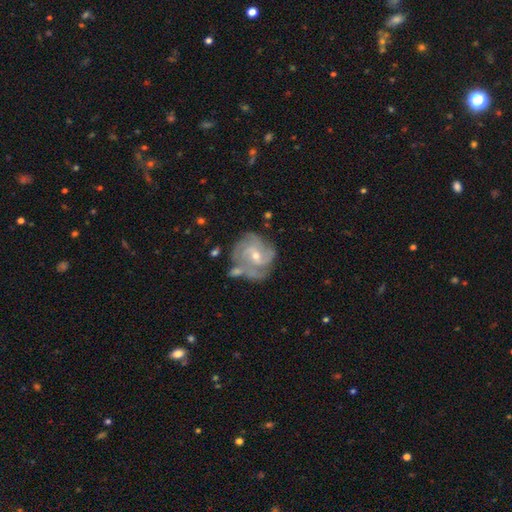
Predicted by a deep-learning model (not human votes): featured or disk 84%, smooth 9%, star or artifact 7%. Down the decision tree: edge-on disk — no (97%); bar — no (49%); spiral arms — yes (94%); spiral arm count — 3 (34%); spiral winding — tight (55%); bulge size — small (50%); merging — none (60%).